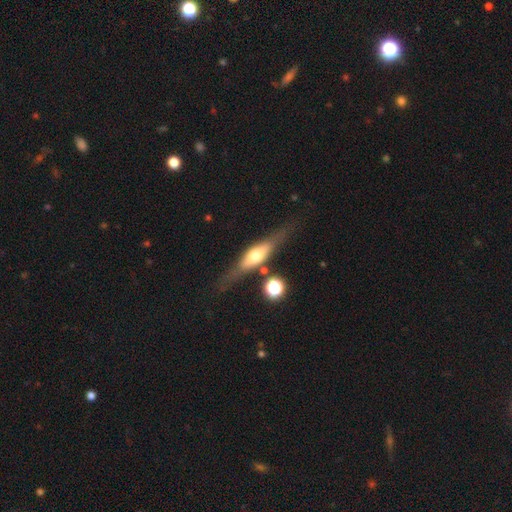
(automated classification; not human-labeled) smooth_or_featured: featured or disk (p=0.60) [alt: smooth p=0.33]
disk_edge_on: yes (p=0.88) [alt: no p=0.12]
edge_on_bulge: rounded (p=0.88) [alt: boxy p=0.09]
merging: none (p=0.74) [alt: minor disturbance p=0.15]